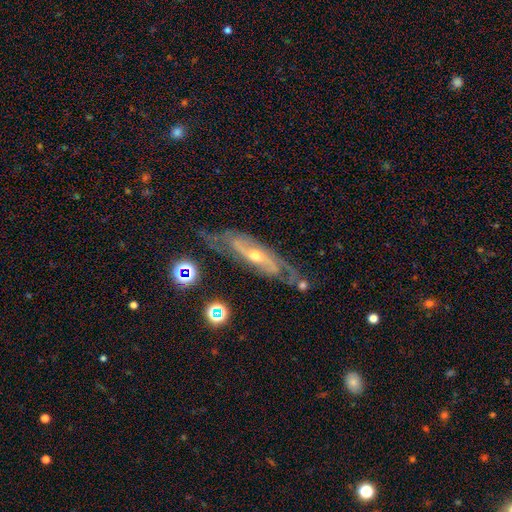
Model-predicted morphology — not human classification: This appears to be a featured or disk galaxy (84%) with no bar (50%), 2 (66%) medium (43%) spiral arms (93%) and a moderate central bulge (53%). Merging: none (64%).